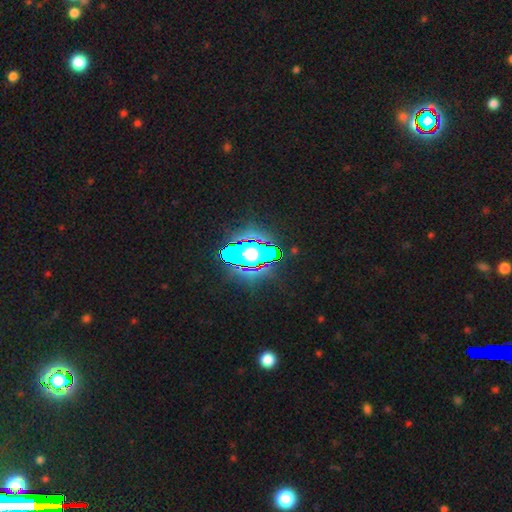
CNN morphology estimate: Overall: star or artifact (79%).